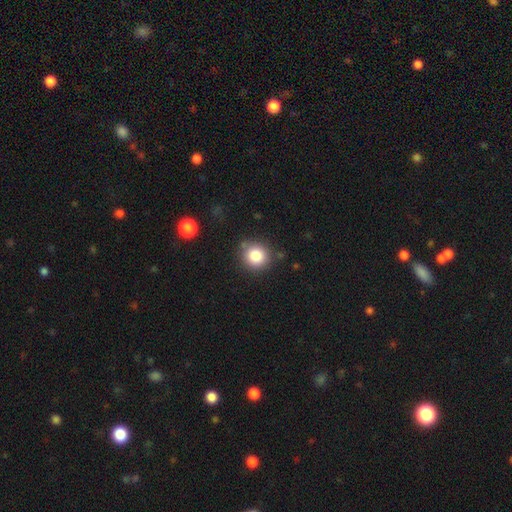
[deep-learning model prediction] Smooth or featured? smooth (83%)
How rounded? round (90%)
Merging? none (82%)